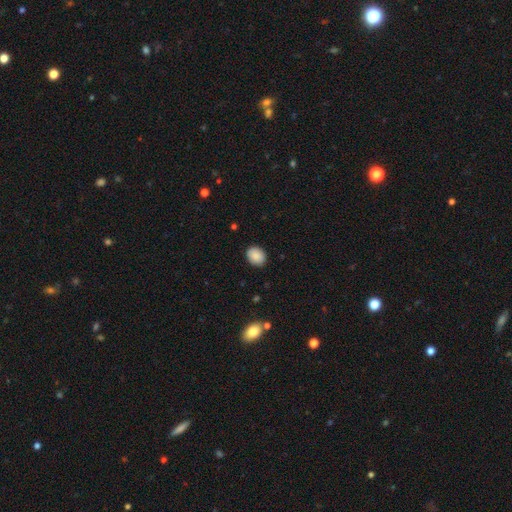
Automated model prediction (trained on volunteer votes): A smooth galaxy with no disk features (88%) that is in between round and cigar-shaped (51%).

Vote fractions:
- Smooth or featured? smooth: 88% / star or artifact: 8% / featured or disk: 4%
- How rounded? in between: 51% / round: 48% / cigar-shaped: 1%
- Merging? none: 89% / minor disturbance: 8% / major disturbance: 2% / merger: 1%